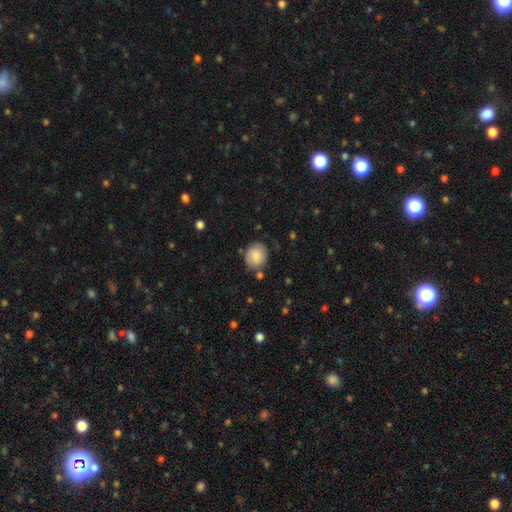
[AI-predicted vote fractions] Overall: smooth (81%). How rounded: round (65%; in between 34%). Merging: none (75%).